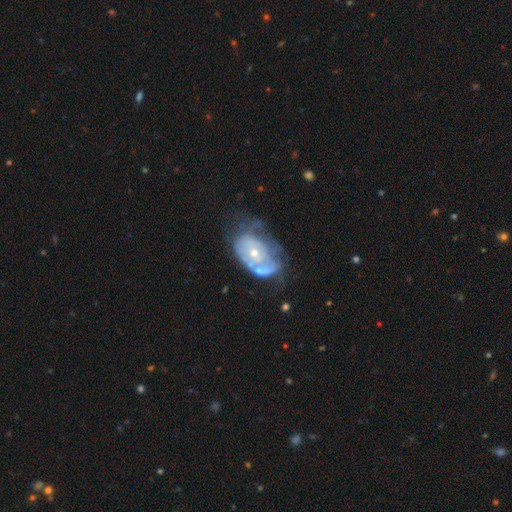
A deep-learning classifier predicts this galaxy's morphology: This is likely a featured or disk galaxy (73%). It is clearly not viewed edge-on (96%). Bar: likely no (78%). Spiral arm pattern: likely yes (67%). Central bulge: possibly small (58%). Merging: marginally none (37%).